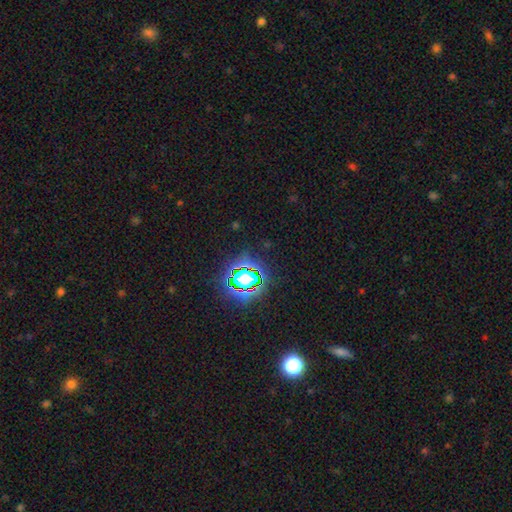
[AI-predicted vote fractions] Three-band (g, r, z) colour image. It shows a star or artifact, not a galaxy (79%).